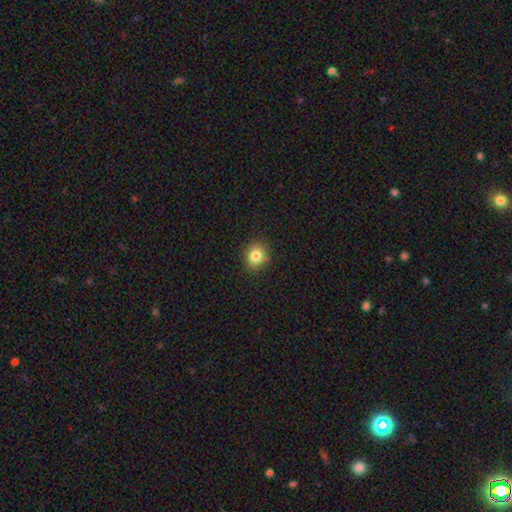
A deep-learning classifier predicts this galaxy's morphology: Smooth or featured: smooth — 81% (star or artifact — 12%)
How rounded: round — 76% (in between — 23%)
Merging: none — 84% (minor disturbance — 12%)